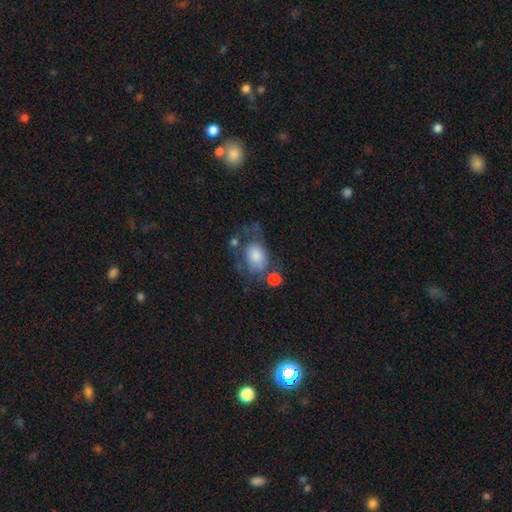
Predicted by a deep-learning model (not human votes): Morphology: type=smooth (60%); roundness=in between (72%); merging=none (32%).